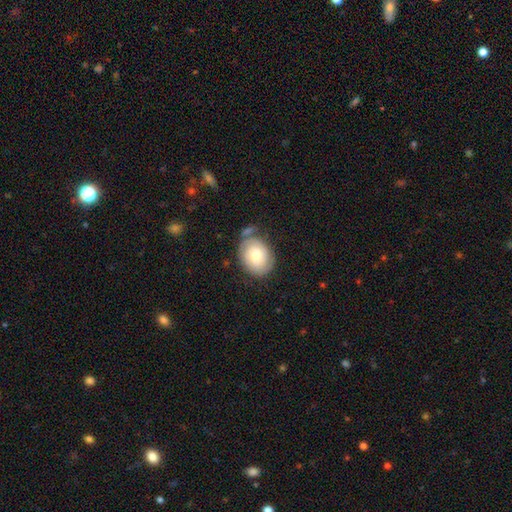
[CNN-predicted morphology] Smooth or featured? smooth (50%)
Merging? none (65%)